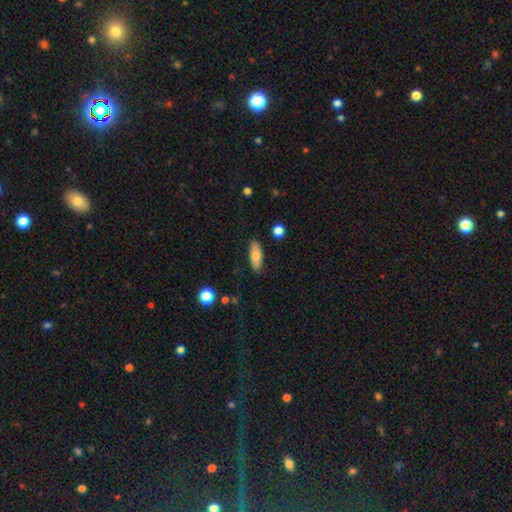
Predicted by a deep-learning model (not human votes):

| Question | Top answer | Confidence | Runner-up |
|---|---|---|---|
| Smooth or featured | smooth | 77% | featured or disk (16%) |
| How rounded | in between | 72% | cigar-shaped (25%) |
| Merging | none | 86% | minor disturbance (10%) |